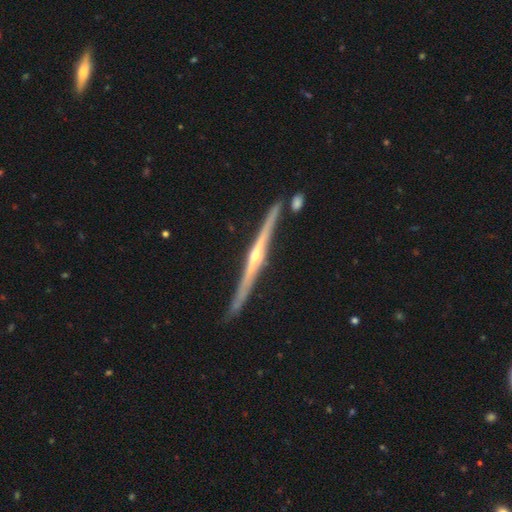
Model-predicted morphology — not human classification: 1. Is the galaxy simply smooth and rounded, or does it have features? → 89% featured or disk, 7% smooth, 5% star or artifact.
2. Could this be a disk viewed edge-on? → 98% yes, 2% no.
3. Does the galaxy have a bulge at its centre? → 84% rounded, 12% none, 5% boxy.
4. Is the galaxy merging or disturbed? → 86% none, 8% minor disturbance, 3% merger, 2% major disturbance.